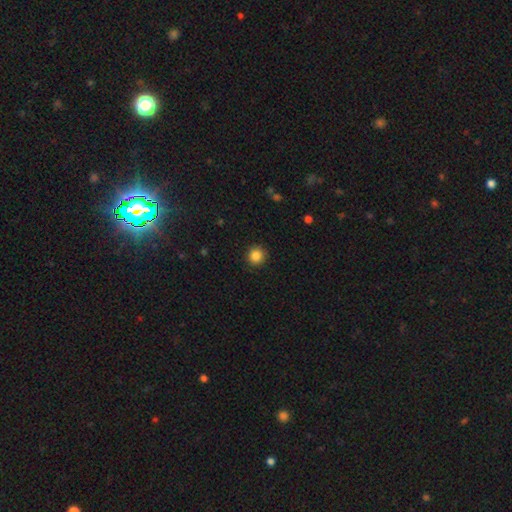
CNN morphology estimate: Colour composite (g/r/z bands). It shows a smooth galaxy with no disk features (86%) that is round (93%). Merging: none (91%).